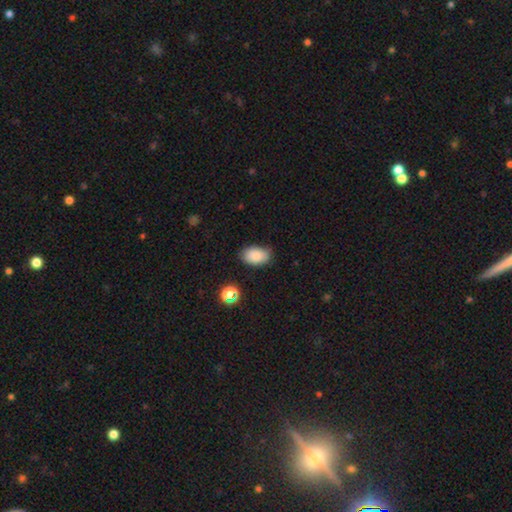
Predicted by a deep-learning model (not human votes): The model was most divided on "merging": none: 81%, minor disturbance: 15%, major disturbance: 3%, merger: 2%. More confident: how rounded — in between (90%); smooth or featured — smooth (86%).